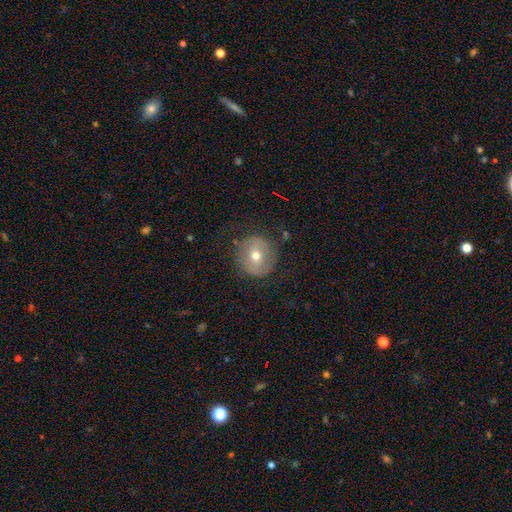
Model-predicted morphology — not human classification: smooth 55%, featured or disk 35%, star or artifact 10%. Down the decision tree: how rounded — round (91%); merging — none (81%).